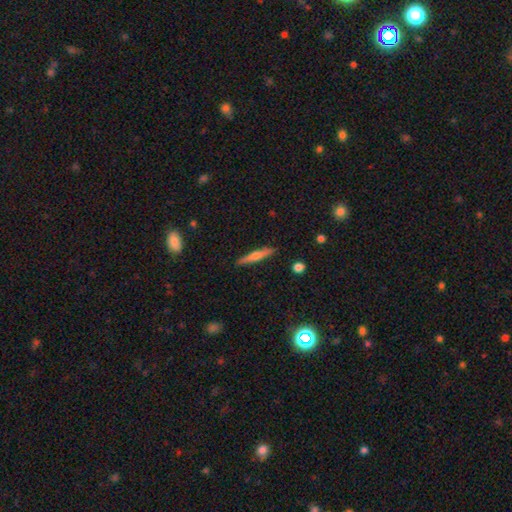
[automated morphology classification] Overall: smooth (53%; featured or disk 41%). How rounded: cigar-shaped (91%). Merging: none (89%).